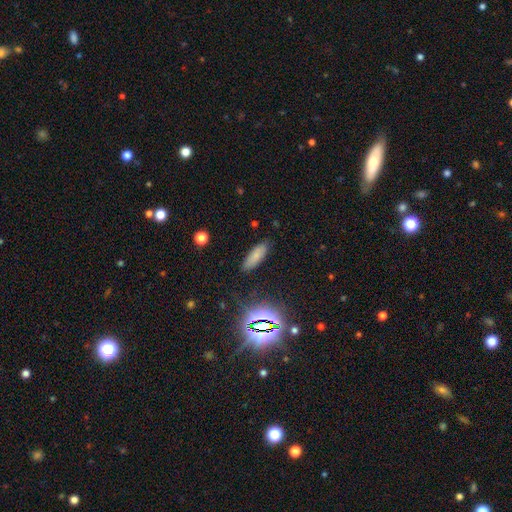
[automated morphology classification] Smooth or featured? Predicted: smooth (p=0.74). How rounded? Predicted: in between (p=0.58). Merging? Predicted: none (p=0.85).